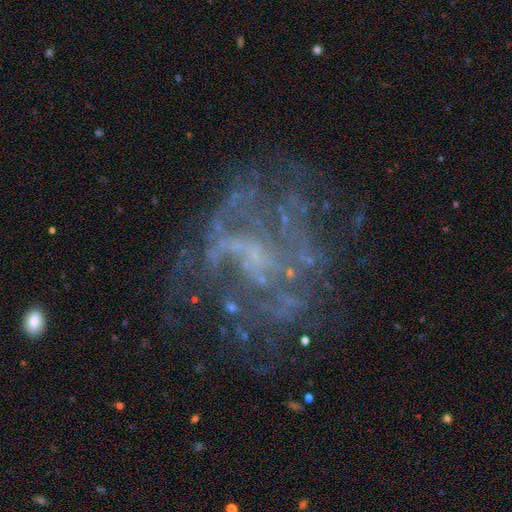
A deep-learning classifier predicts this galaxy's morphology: smooth_or_featured: featured or disk (p=0.72) [alt: star or artifact p=0.18]
disk_edge_on: no (p=0.98) [alt: yes p=0.02]
bar: no (p=0.72) [alt: weak p=0.22]
has_spiral_arms: no (p=0.59) [alt: yes p=0.41]
bulge_size: none (p=0.61) [alt: small p=0.26]
merging: none (p=0.51) [alt: major disturbance p=0.30]